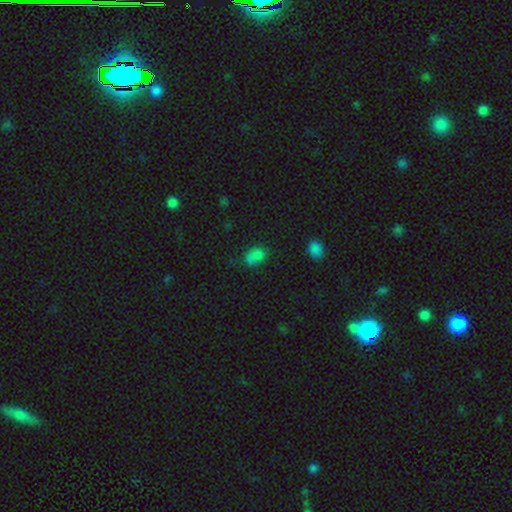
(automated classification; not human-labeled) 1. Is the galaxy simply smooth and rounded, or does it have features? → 73% smooth, 19% star or artifact, 9% featured or disk.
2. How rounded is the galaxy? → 72% in between, 26% round, 2% cigar-shaped.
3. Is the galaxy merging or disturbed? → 48% none, 26% minor disturbance, 15% merger, 12% major disturbance.